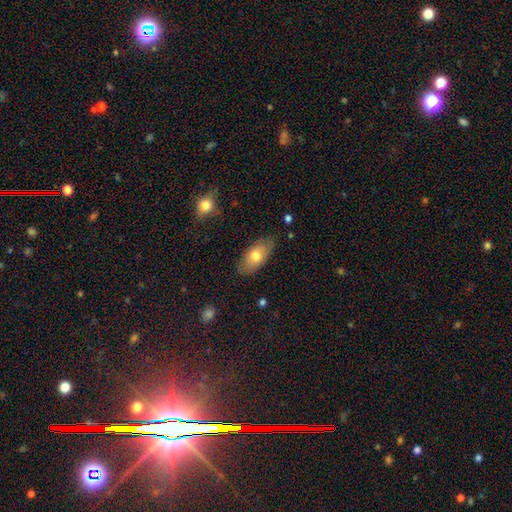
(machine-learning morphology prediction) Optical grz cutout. It shows a smooth galaxy with no disk features (72%) that is in between round and cigar-shaped (90%). Merging: none (83%).